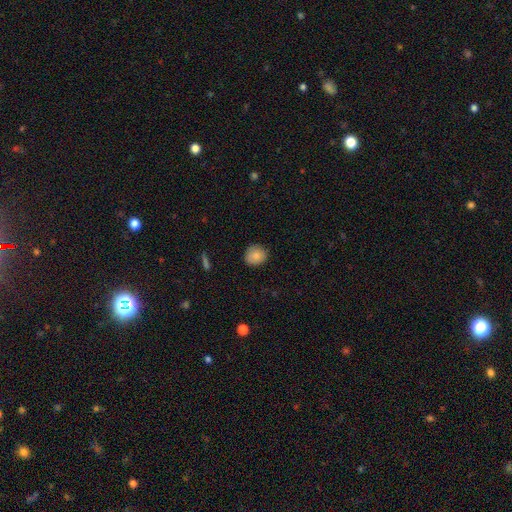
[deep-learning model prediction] A smooth galaxy with no disk features (83%) that is round (81%). Merging: none (84%).